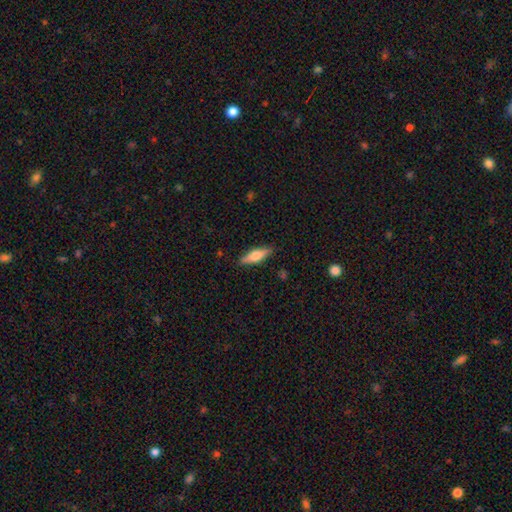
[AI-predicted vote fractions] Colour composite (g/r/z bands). It shows a smooth galaxy with no disk features (61%) that is cigar-shaped (57%). Merging: none (88%).